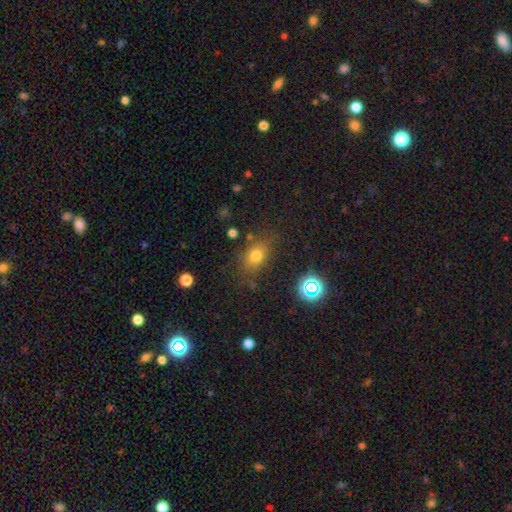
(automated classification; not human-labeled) This appears to be a smooth galaxy with no disk features (71%) that is in between round and cigar-shaped (61%). Merging: none (74%).